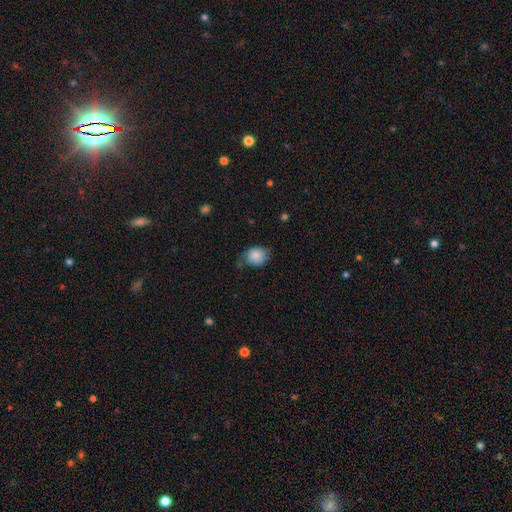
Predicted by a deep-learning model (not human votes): smooth_or_featured: smooth (p=0.80) [alt: featured or disk p=0.12]
how_rounded: round (p=0.51) [alt: in between p=0.48]
merging: none (p=0.55) [alt: minor disturbance p=0.34]